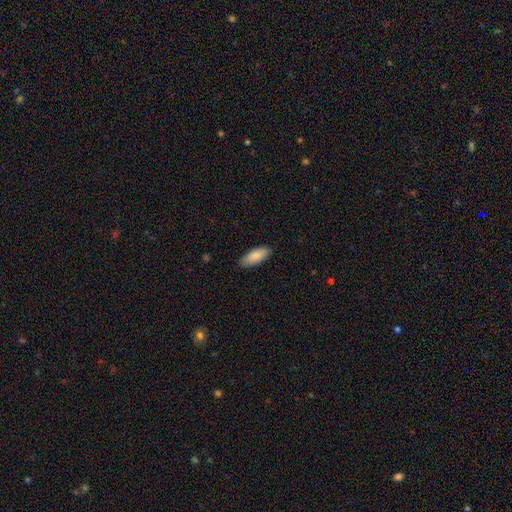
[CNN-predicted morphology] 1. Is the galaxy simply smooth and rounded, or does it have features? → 88% smooth, 7% featured or disk, 5% star or artifact.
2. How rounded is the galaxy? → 80% in between, 19% cigar-shaped, 2% round.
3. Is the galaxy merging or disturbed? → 87% none, 10% minor disturbance, 2% major disturbance, 1% merger.